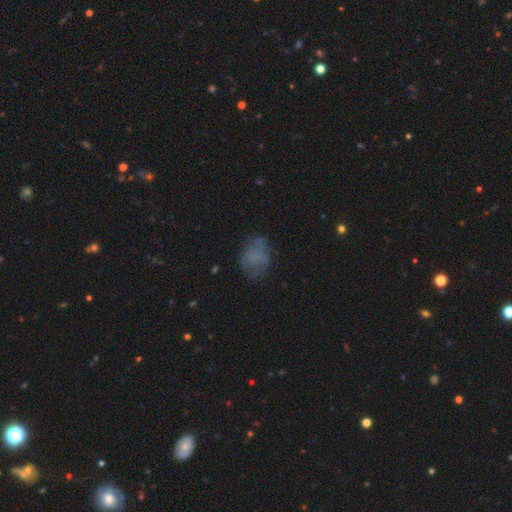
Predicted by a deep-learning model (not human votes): smooth-or-featured: smooth: 61% | featured or disk: 25% | star or artifact: 14%
  how-rounded: in between: 63% | round: 36% | cigar-shaped: 1%
  merging: none: 58% | minor disturbance: 24% | major disturbance: 15% | merger: 2%